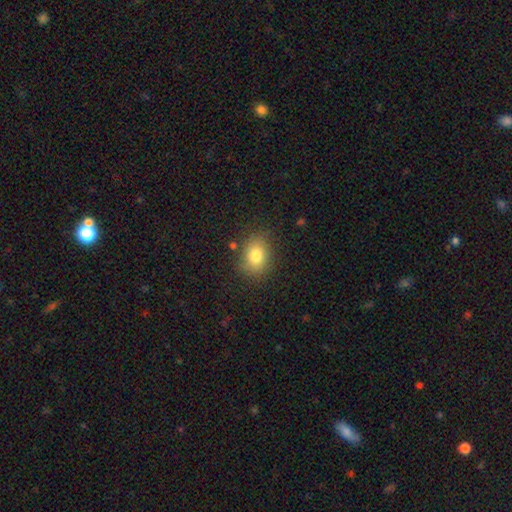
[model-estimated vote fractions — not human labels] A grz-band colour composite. It shows a smooth galaxy with no disk features (79%) that is in between round and cigar-shaped (56%). Merging: none (80%).